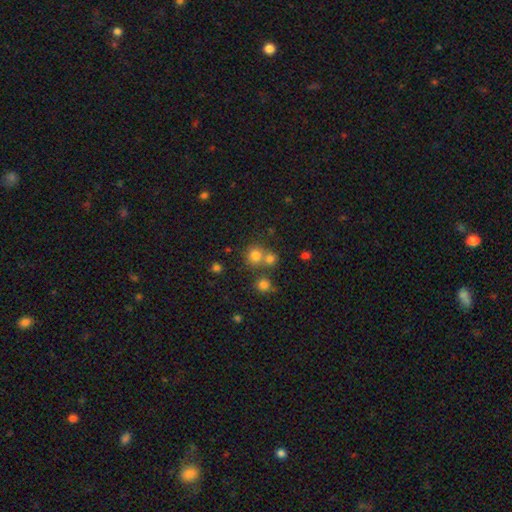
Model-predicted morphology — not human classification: type=smooth (75%); roundness=round (87%); merging=none (58%).